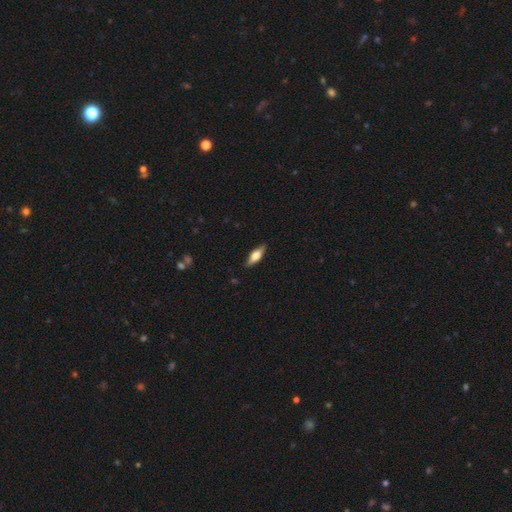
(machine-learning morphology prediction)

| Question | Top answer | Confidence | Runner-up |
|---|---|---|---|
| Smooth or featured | smooth | 52% | featured or disk (42%) |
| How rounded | in between | 55% | cigar-shaped (42%) |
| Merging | none | 88% | minor disturbance (9%) |